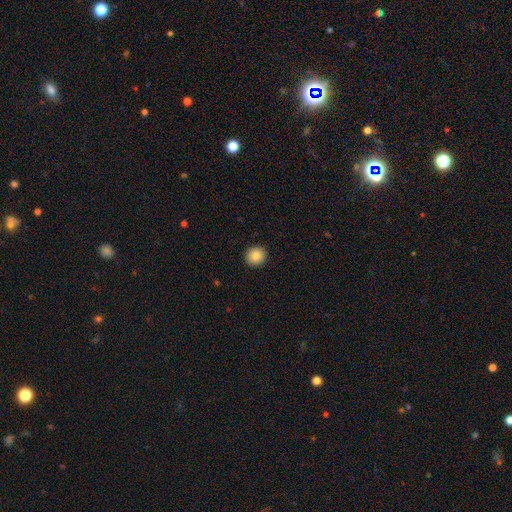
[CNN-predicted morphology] This is clearly a smooth galaxy (86%). How rounded: clearly round (91%). Merging: clearly none (93%).